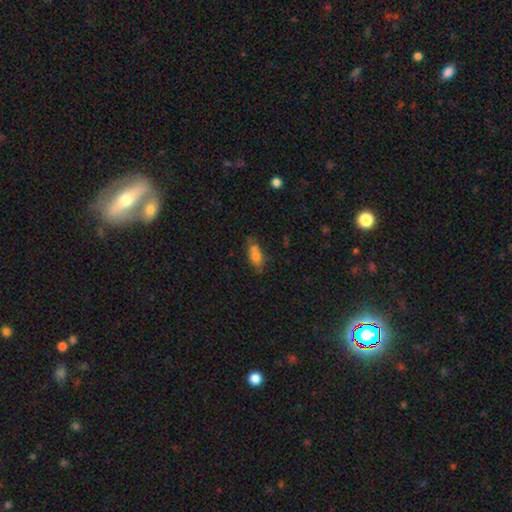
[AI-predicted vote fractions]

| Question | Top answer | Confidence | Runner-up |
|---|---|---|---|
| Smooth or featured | smooth | 70% | featured or disk (20%) |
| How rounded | in between | 81% | cigar-shaped (14%) |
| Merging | none | 56% | minor disturbance (24%) |